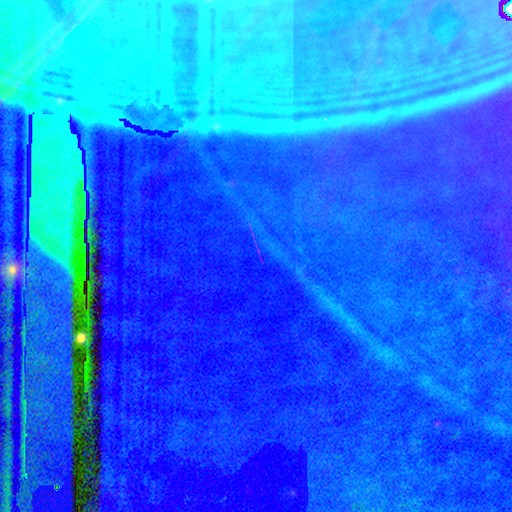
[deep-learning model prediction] This is clearly a star or artifact rather than a galaxy (86%).